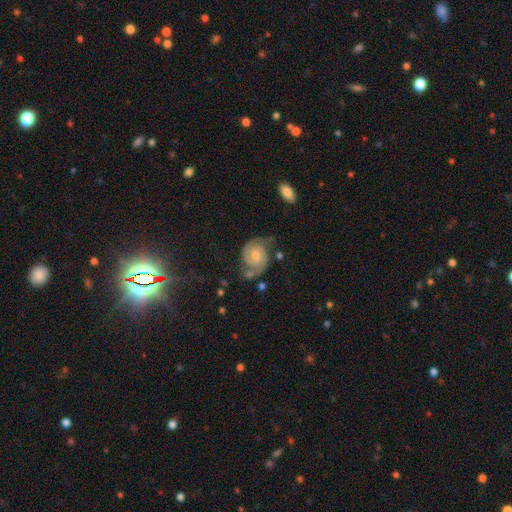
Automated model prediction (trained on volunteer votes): Overall: featured or disk (83%). Edge-on disk: no (98%). Bar: no (62%; weak 32%). Spiral arms: yes (97%). Spiral arm count: 2 (88%). Spiral winding: tight (49%; medium 41%). Bulge size: moderate (50%; small 41%). Merging: none (62%; minor disturbance 22%).